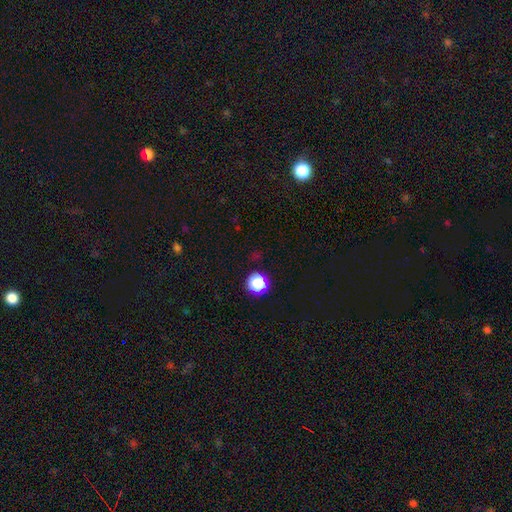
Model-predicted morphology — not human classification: smooth-or-featured: star or artifact: 53% | smooth: 41% | featured or disk: 7%